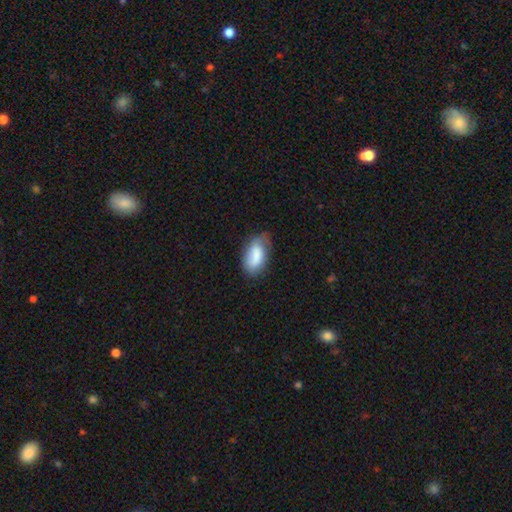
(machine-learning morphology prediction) A smooth galaxy with no disk features (74%) that is in between round and cigar-shaped (93%).

Vote fractions:
- Smooth or featured? smooth: 74% / featured or disk: 20% / star or artifact: 7%
- How rounded? in between: 93% / round: 4% / cigar-shaped: 3%
- Merging? none: 55% / minor disturbance: 33% / major disturbance: 11% / merger: 2%